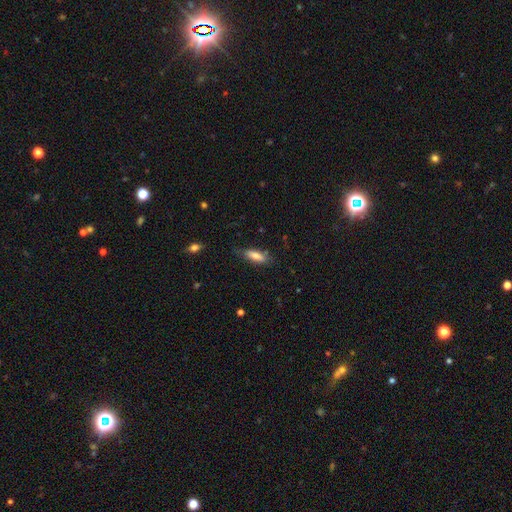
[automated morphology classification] Overall: smooth (73%). How rounded: cigar-shaped (49%, tied with in between). Merging: none (71%).